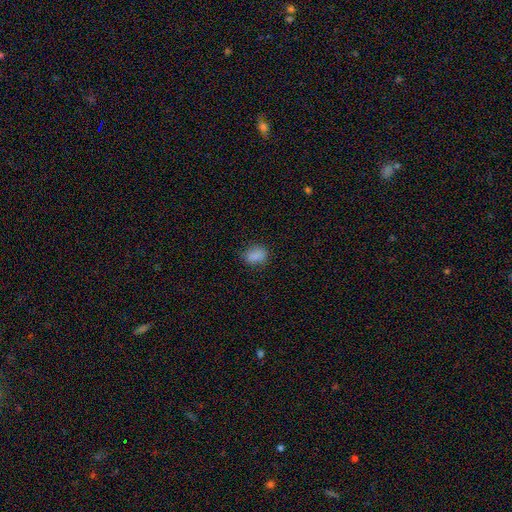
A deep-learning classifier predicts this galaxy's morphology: Smooth or featured: smooth — 85% (star or artifact — 10%)
How rounded: in between — 71% (round — 27%)
Merging: none — 77% (minor disturbance — 17%)